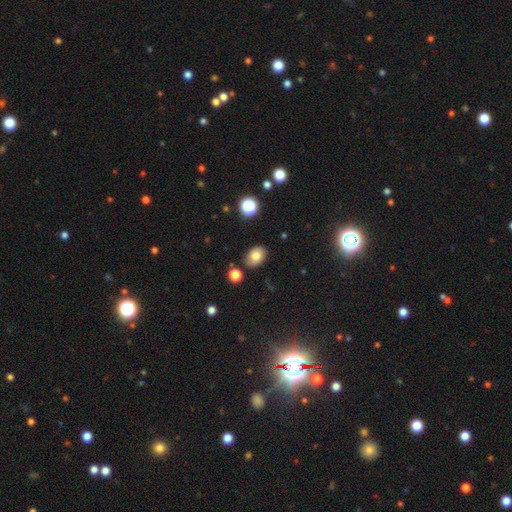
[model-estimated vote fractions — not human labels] This is likely a smooth galaxy (79%). How rounded: likely in between (78%). Merging: clearly none (83%).